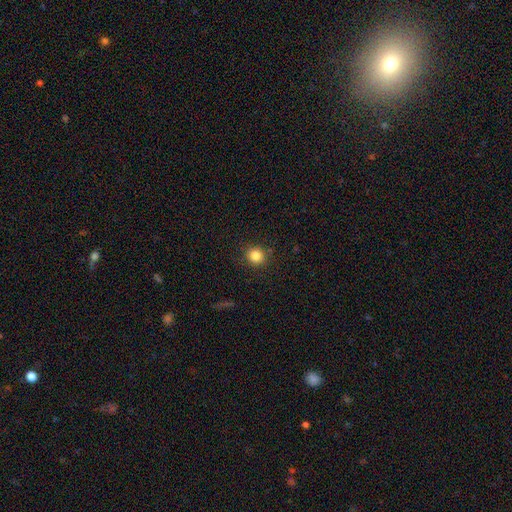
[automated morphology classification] type=smooth (84%); roundness=round (89%); merging=none (88%).